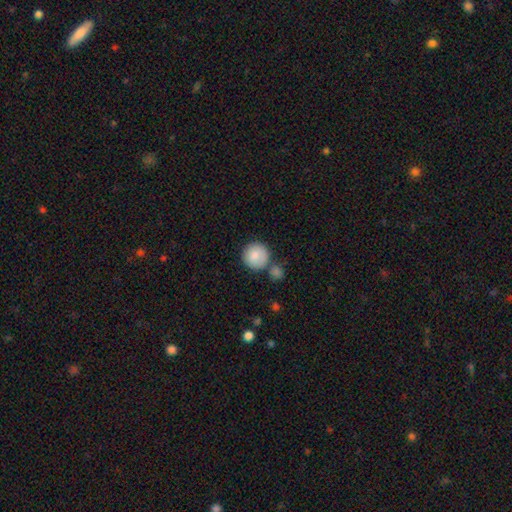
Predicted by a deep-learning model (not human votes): The model was most divided on "merging": none: 70%, merger: 16%, minor disturbance: 11%, major disturbance: 4%. More confident: how rounded — round (94%); smooth or featured — smooth (86%).